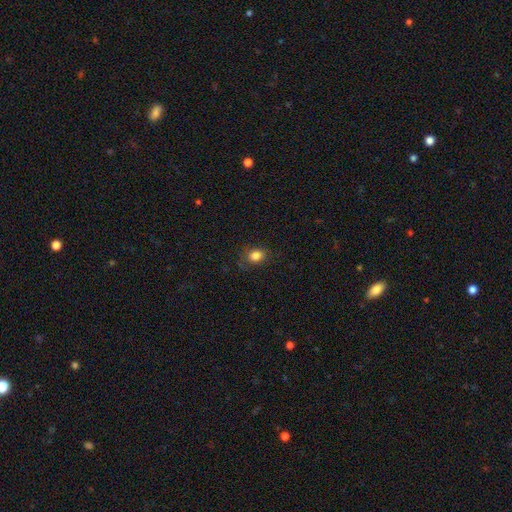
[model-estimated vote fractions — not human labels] A smooth galaxy with no disk features (82%) that is round (51%).

Vote fractions:
- Smooth or featured? smooth: 82% / star or artifact: 11% / featured or disk: 6%
- How rounded? round: 51% / in between: 48% / cigar-shaped: 1%
- Merging? none: 76% / minor disturbance: 17% / major disturbance: 6% / merger: 1%